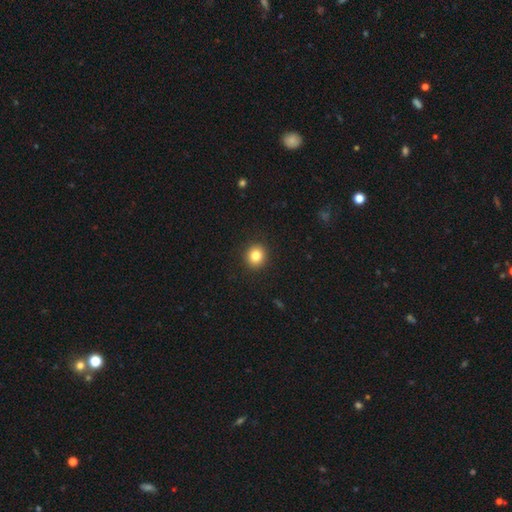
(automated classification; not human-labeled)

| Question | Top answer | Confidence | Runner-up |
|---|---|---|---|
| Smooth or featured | smooth | 83% | star or artifact (10%) |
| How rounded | round | 85% | in between (14%) |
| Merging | none | 92% | minor disturbance (5%) |